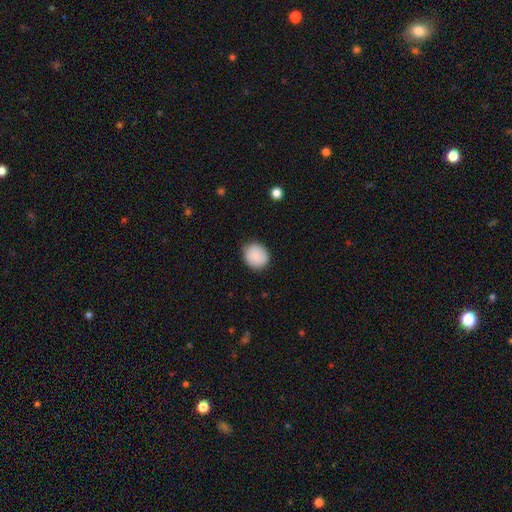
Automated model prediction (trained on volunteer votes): This appears to be a smooth galaxy with no disk features (89%) that is round (81%). Merging: none (87%).